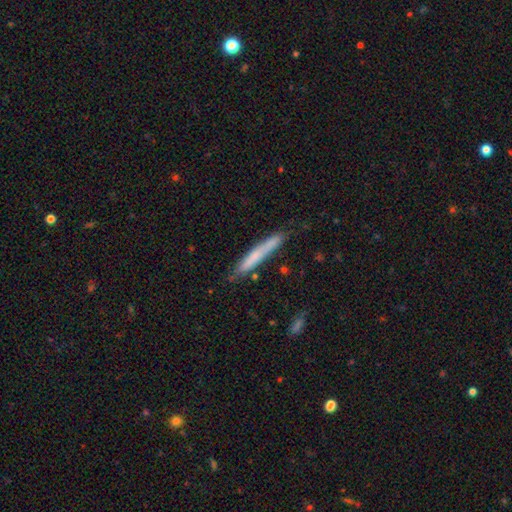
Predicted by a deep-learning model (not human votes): A smooth galaxy with no disk features (65%) that is cigar-shaped (96%). Merging: none (80%).